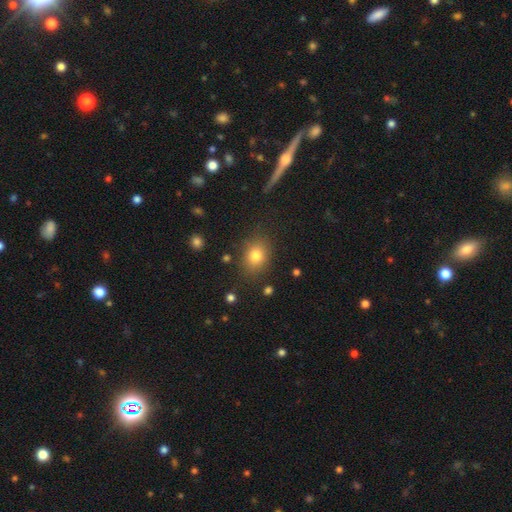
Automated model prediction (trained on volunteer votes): A smooth galaxy with no disk features (79%) that is in between round and cigar-shaped (56%). Merging: none (82%).